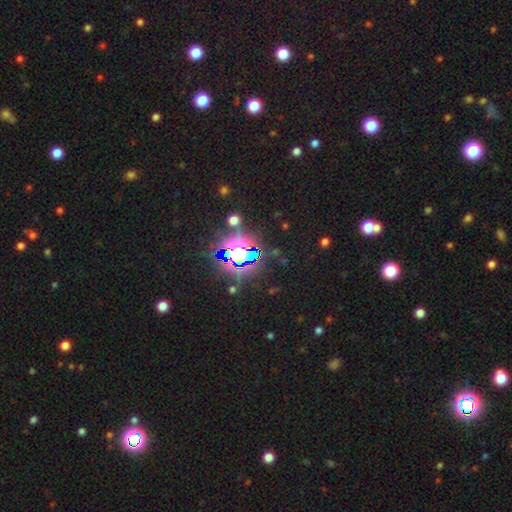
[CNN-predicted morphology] star or artifact 84%, smooth 9%, featured or disk 7%.